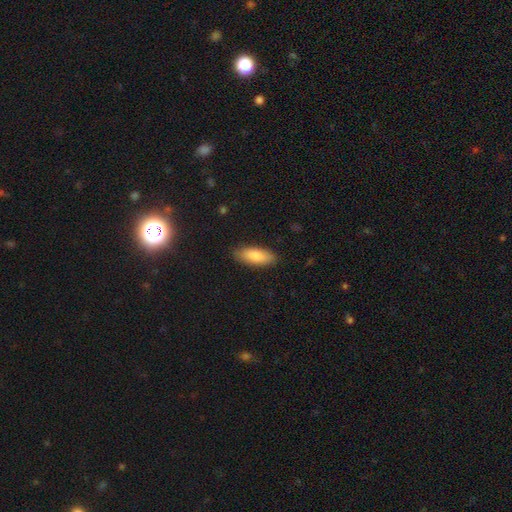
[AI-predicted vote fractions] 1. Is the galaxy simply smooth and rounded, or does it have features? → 84% smooth, 10% featured or disk, 6% star or artifact.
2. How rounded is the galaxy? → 73% in between, 25% cigar-shaped, 2% round.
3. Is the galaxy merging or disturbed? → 87% none, 10% minor disturbance, 2% major disturbance, 1% merger.